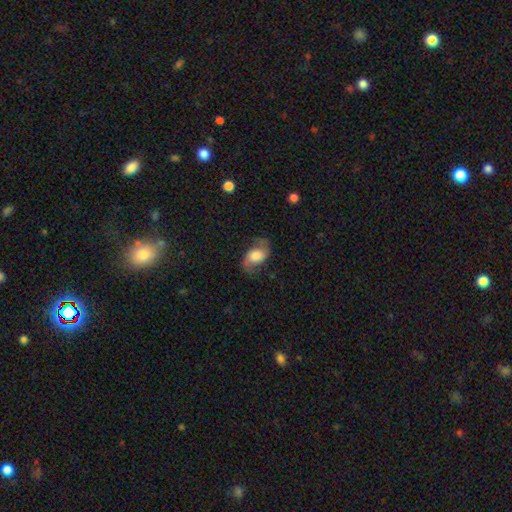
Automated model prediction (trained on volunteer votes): A featured or disk galaxy (58%) with no bar (60%), spiral arms (89%) and a large central bulge (42%).

Vote fractions:
- Smooth or featured? featured or disk: 58% / smooth: 34% / star or artifact: 8%
- Edge-on disk? no: 95% / yes: 5%
- Bar? no: 60% / weak: 31% / strong: 9%
- Spiral arms? yes: 89% / no: 11%
- Bulge size? large: 42% / moderate: 30% / small: 12% / dominant: 9% / none: 7%
- Merging? none: 68% / minor disturbance: 20% / major disturbance: 11% / merger: 1%